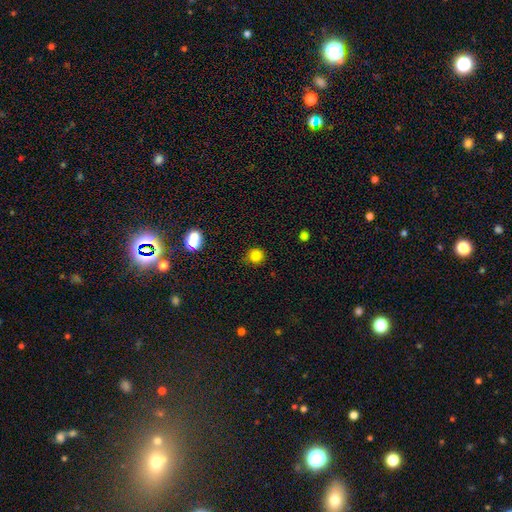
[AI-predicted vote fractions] smooth_or_featured: smooth (p=0.83) [alt: star or artifact p=0.14]
how_rounded: round (p=0.92) [alt: in between p=0.07]
merging: none (p=0.87) [alt: minor disturbance p=0.09]